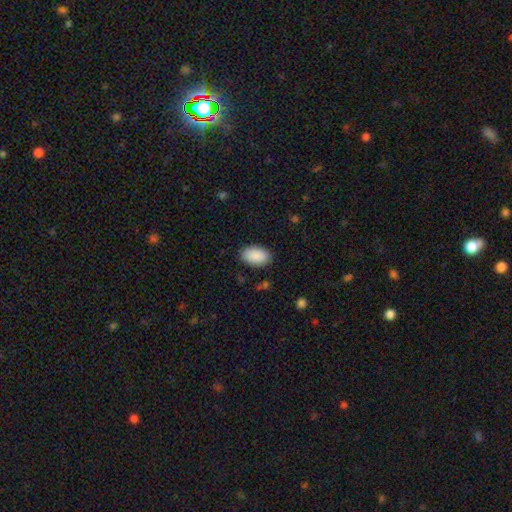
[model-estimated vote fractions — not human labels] This is clearly a smooth galaxy (91%). How rounded: clearly in between (94%). Merging: clearly none (87%).